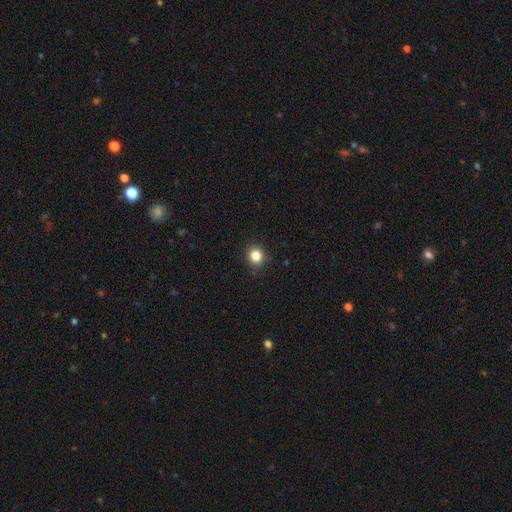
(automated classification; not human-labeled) This is clearly a smooth galaxy (85%). How rounded: clearly round (82%). Merging: clearly none (90%).